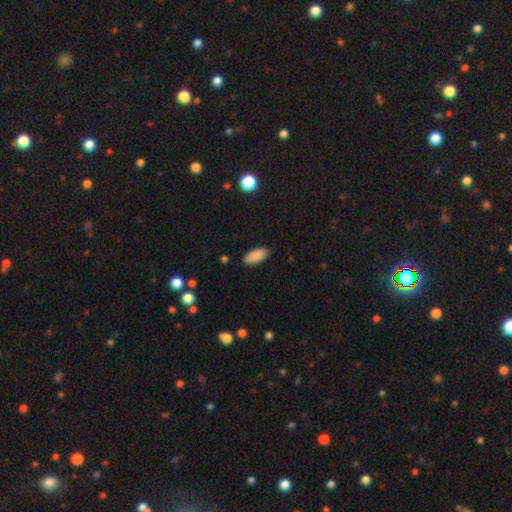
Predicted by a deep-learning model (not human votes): Morphology: type=smooth (88%); roundness=in between (92%); merging=none (87%).